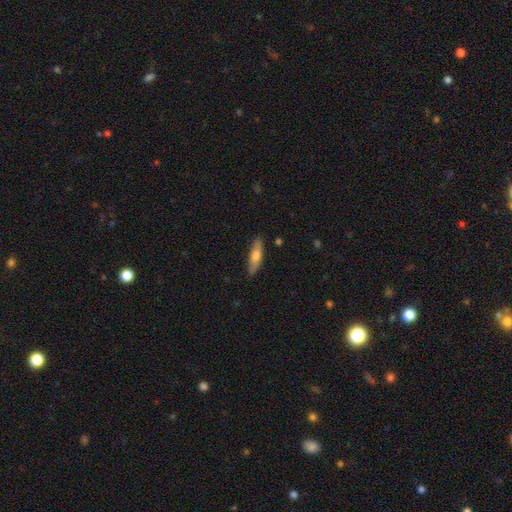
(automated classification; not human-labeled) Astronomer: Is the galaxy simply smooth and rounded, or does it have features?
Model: smooth — 64%.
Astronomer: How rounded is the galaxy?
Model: cigar-shaped — 58% (runner-up: in between, 40%).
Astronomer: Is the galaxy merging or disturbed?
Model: none — 86%.